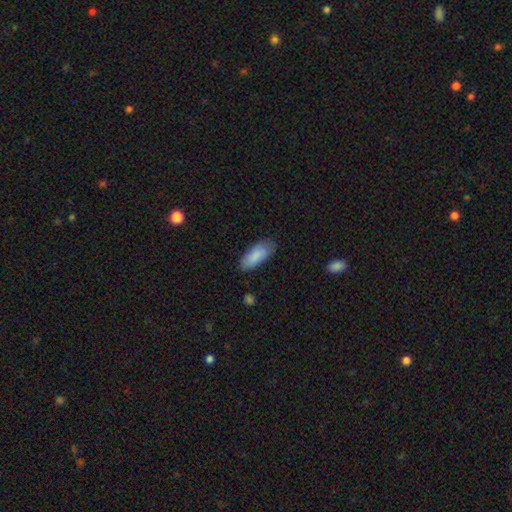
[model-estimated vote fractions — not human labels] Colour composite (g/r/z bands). It shows a smooth galaxy with no disk features (87%) that is in between round and cigar-shaped (80%). Merging: none (78%).